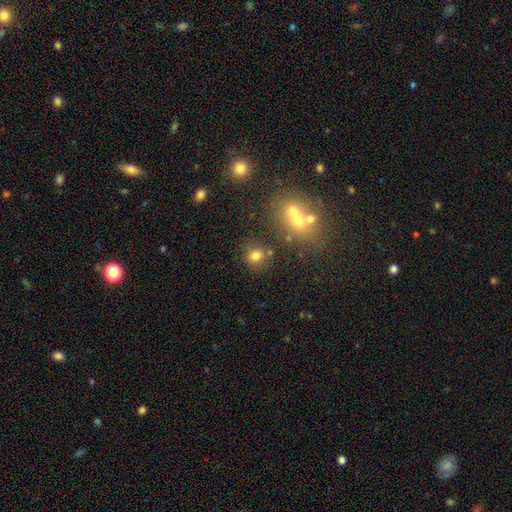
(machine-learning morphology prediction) type=smooth (76%); roundness=round (82%); merging=none (71%).